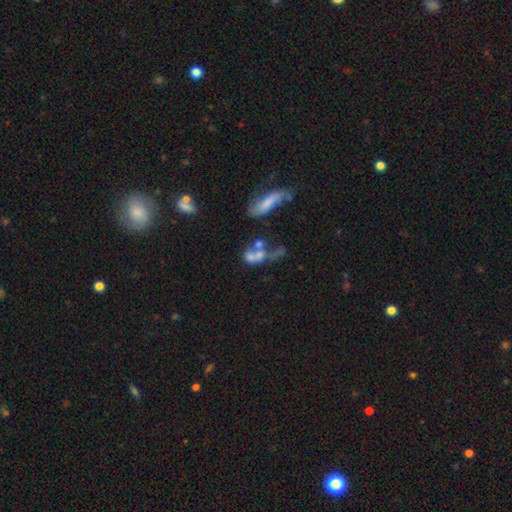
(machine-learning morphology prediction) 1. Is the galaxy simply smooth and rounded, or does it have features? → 48% smooth, 38% featured or disk, 14% star or artifact.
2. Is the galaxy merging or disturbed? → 55% merger, 21% major disturbance, 16% none, 9% minor disturbance.